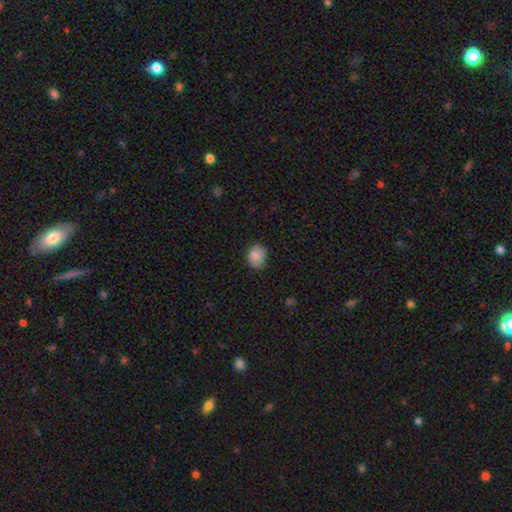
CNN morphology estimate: type=smooth (86%); roundness=round (57%); merging=none (71%).